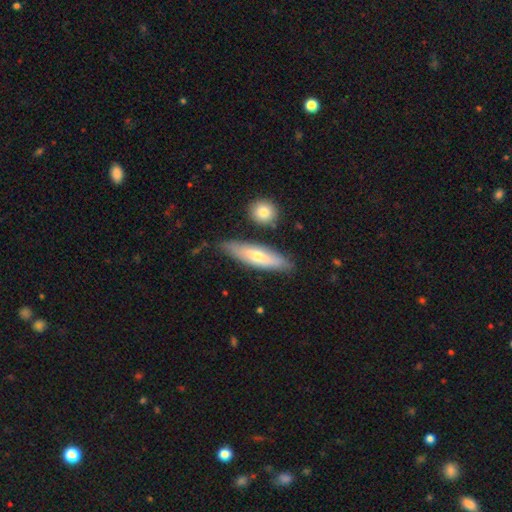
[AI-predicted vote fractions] smooth-or-featured: smooth: 52% | featured or disk: 42% | star or artifact: 6%
  how-rounded: cigar-shaped: 64% | in between: 34% | round: 2%
  merging: none: 76% | minor disturbance: 16% | merger: 4% | major disturbance: 3%